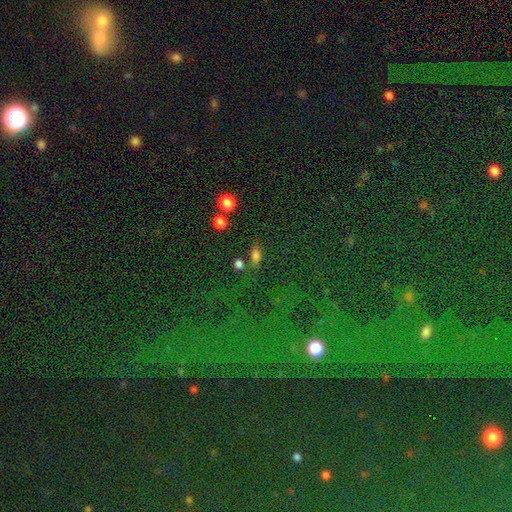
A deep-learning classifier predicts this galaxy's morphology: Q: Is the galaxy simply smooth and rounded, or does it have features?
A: smooth — 75%.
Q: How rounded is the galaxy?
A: in between — 68%.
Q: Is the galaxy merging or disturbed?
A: none — 74%.